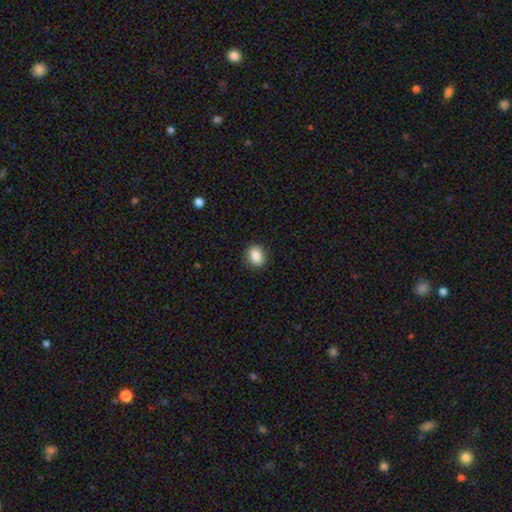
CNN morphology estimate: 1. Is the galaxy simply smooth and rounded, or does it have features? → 86% smooth, 9% star or artifact, 5% featured or disk.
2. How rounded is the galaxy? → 56% in between, 43% round, 1% cigar-shaped.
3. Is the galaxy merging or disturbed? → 88% none, 9% minor disturbance, 2% major disturbance, 1% merger.